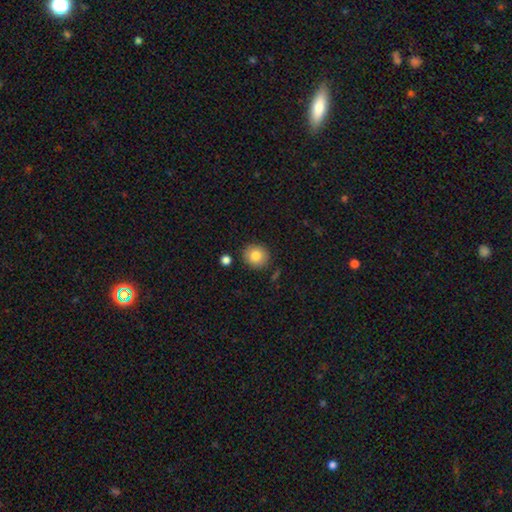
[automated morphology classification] Smooth or featured? Predicted: smooth (p=0.83). How rounded? Predicted: round (p=0.91). Merging? Predicted: none (p=0.87).